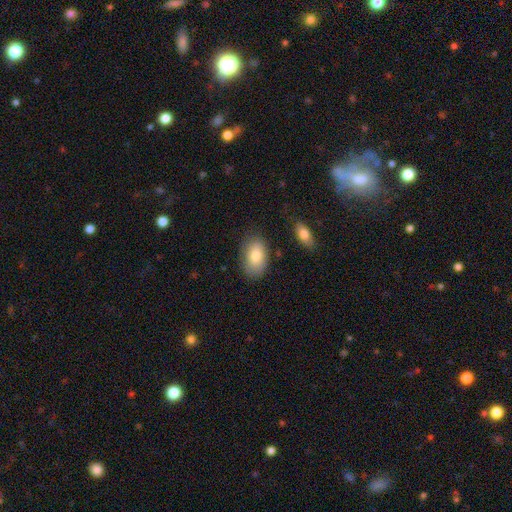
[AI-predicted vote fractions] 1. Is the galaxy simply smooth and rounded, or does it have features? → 82% smooth, 12% featured or disk, 7% star or artifact.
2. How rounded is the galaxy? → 91% in between, 7% round, 1% cigar-shaped.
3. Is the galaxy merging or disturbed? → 78% none, 15% minor disturbance, 4% major disturbance, 3% merger.